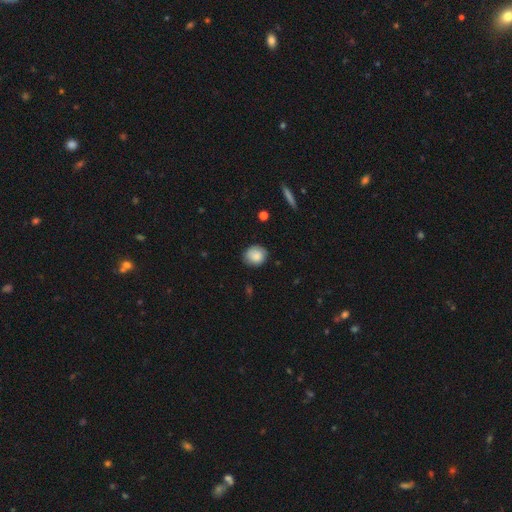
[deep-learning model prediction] Smooth or featured?
  - smooth: 85% *
  - star or artifact: 8%
  - featured or disk: 8%
How rounded?
  - round: 73% *
  - in between: 26%
  - cigar-shaped: 1%
Merging?
  - none: 78% *
  - minor disturbance: 18%
  - major disturbance: 3%
  - merger: 1%